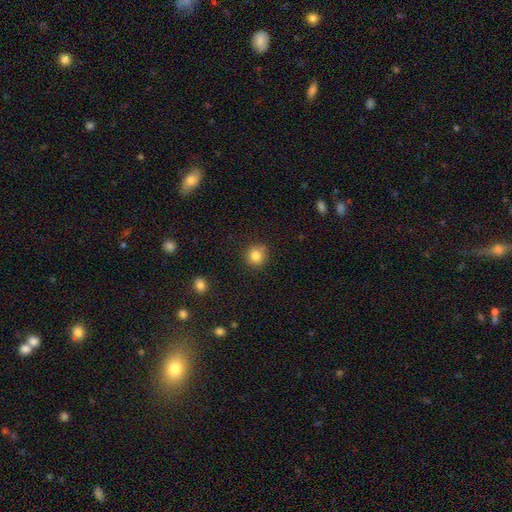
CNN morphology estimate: A smooth galaxy with no disk features (83%) that is round (92%).

Vote fractions:
- Smooth or featured? smooth: 83% / star or artifact: 11% / featured or disk: 6%
- How rounded? round: 92% / in between: 7% / cigar-shaped: 1%
- Merging? none: 83% / minor disturbance: 11% / merger: 4% / major disturbance: 3%